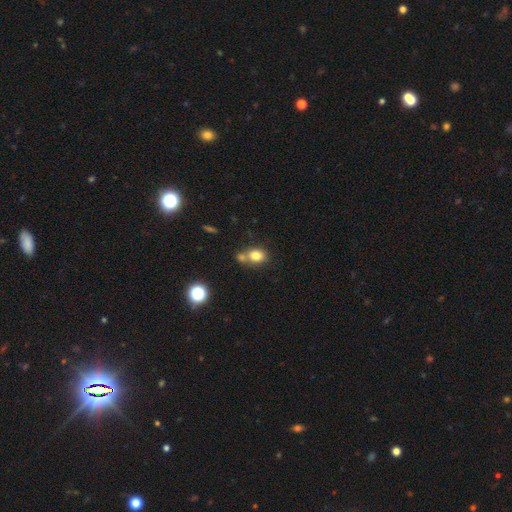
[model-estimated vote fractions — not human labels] Smooth or featured: smooth — 79% (star or artifact — 11%)
How rounded: in between — 53% (round — 46%)
Merging: none — 49% (merger — 34%)